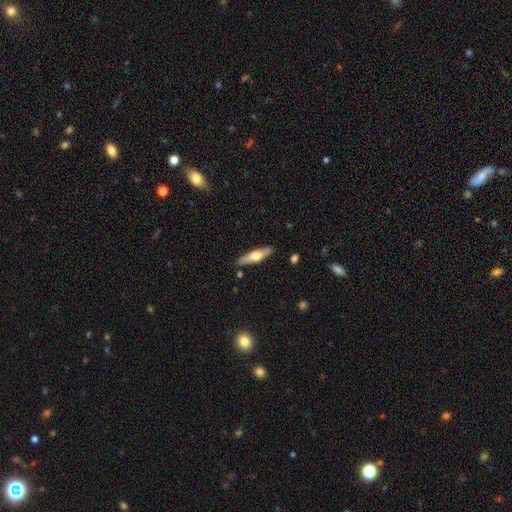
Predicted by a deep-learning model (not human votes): This appears to be a smooth galaxy with no disk features (51%) that is cigar-shaped (69%). Merging: none (88%).